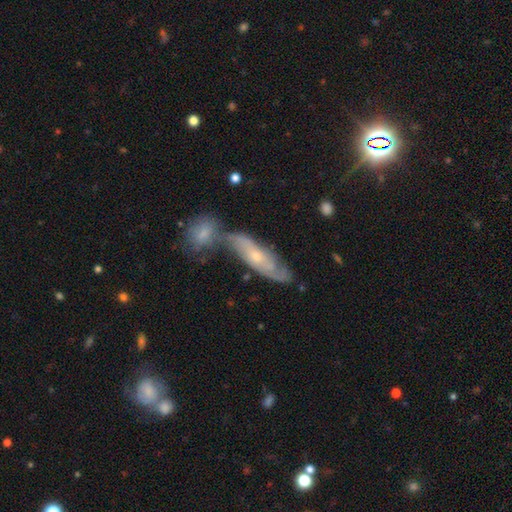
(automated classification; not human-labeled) smooth_or_featured: featured or disk (p=0.68) [alt: smooth p=0.24]
disk_edge_on: no (p=0.78) [alt: yes p=0.22]
bar: no (p=0.72) [alt: weak p=0.22]
has_spiral_arms: yes (p=0.84) [alt: no p=0.16]
bulge_size: small (p=0.61) [alt: moderate p=0.34]
merging: none (p=0.45) [alt: merger p=0.32]